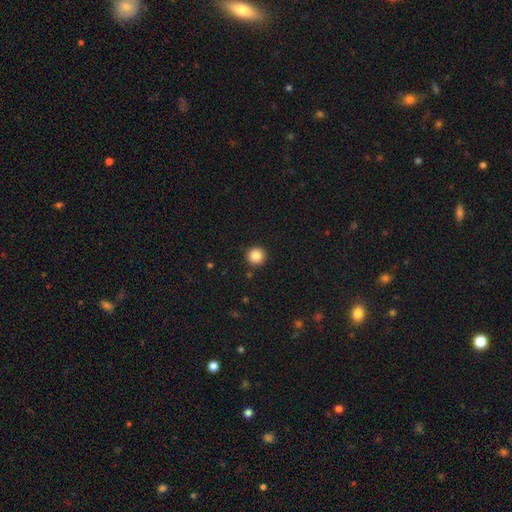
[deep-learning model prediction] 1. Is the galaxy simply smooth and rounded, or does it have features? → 85% smooth, 10% star or artifact, 5% featured or disk.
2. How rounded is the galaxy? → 96% round, 3% in between, 1% cigar-shaped.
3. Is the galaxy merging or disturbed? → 93% none, 5% minor disturbance, 2% major disturbance, 1% merger.